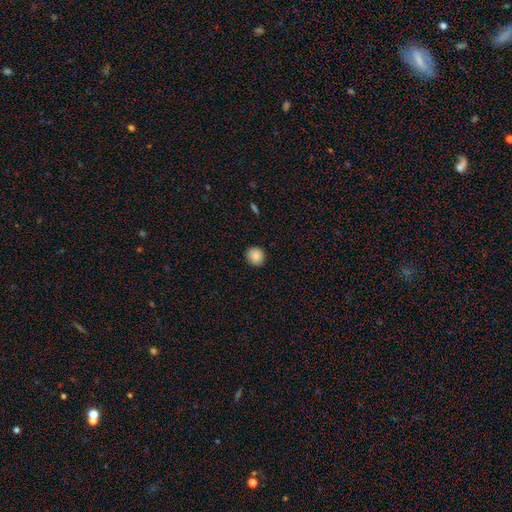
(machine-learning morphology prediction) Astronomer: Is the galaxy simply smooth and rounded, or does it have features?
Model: smooth — 86%.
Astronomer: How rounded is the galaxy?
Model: round — 91%.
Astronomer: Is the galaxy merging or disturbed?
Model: none — 90%.